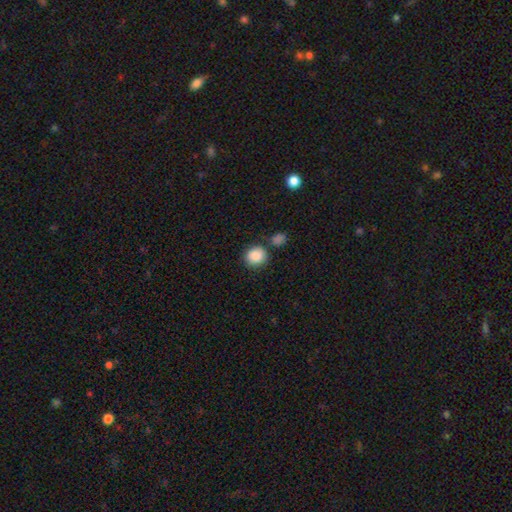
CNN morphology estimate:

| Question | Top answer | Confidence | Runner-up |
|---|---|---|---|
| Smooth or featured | smooth | 88% | star or artifact (8%) |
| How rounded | round | 81% | in between (18%) |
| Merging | none | 74% | minor disturbance (11%) |